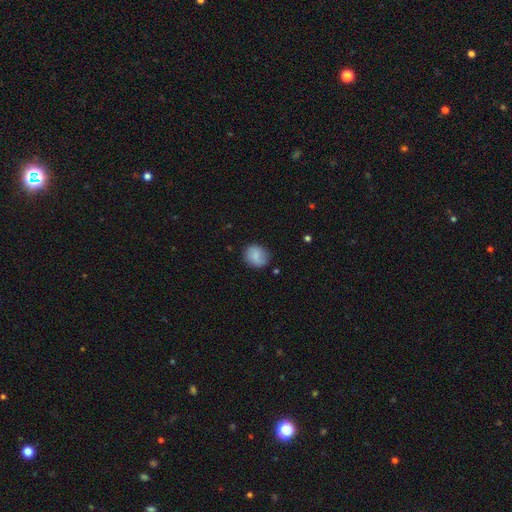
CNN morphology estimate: smooth_or_featured: smooth (p=0.76) [alt: featured or disk p=0.17]
how_rounded: round (p=0.74) [alt: in between p=0.25]
merging: none (p=0.79) [alt: minor disturbance p=0.16]